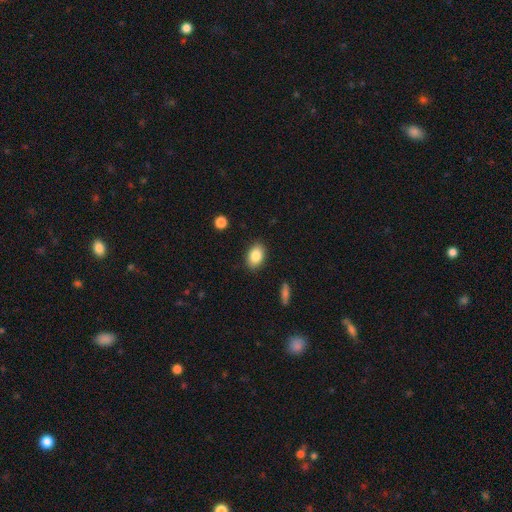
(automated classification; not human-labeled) smooth 85%, star or artifact 8%, featured or disk 7%. Down the decision tree: how rounded — in between (85%); merging — none (87%).